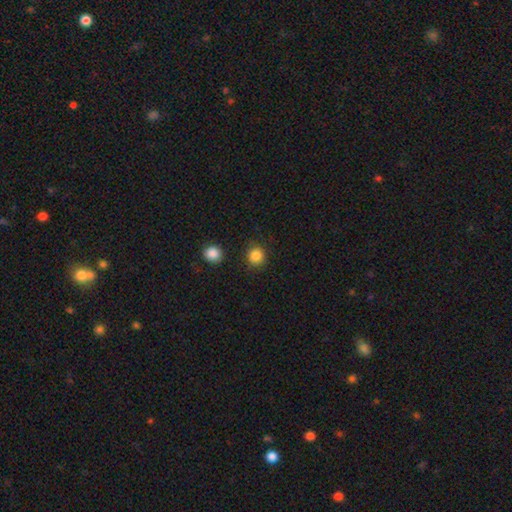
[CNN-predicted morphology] This is clearly a smooth galaxy (86%). How rounded: clearly round (91%). Merging: clearly none (88%).